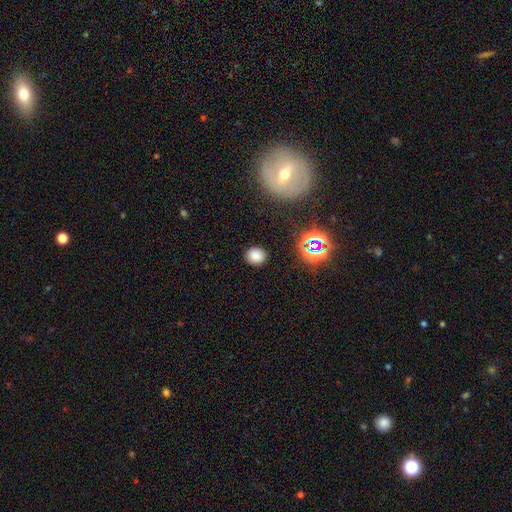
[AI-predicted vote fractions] Morphology: type=smooth (78%); roundness=round (74%); merging=none (88%).